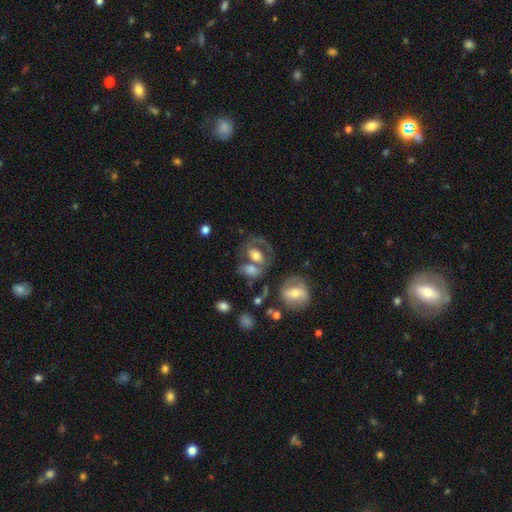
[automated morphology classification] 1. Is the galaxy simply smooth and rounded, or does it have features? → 46% smooth, 44% featured or disk, 10% star or artifact.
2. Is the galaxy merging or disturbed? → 39% none, 34% merger, 14% major disturbance, 13% minor disturbance.